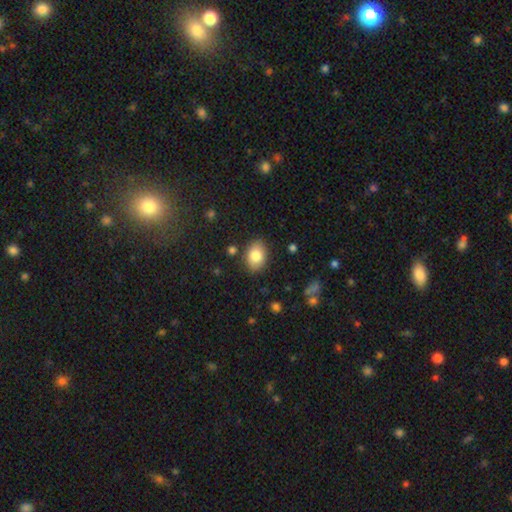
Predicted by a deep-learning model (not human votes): Smooth or featured? Predicted: smooth (p=0.82). How rounded? Predicted: in between (p=0.78). Merging? Predicted: none (p=0.84).